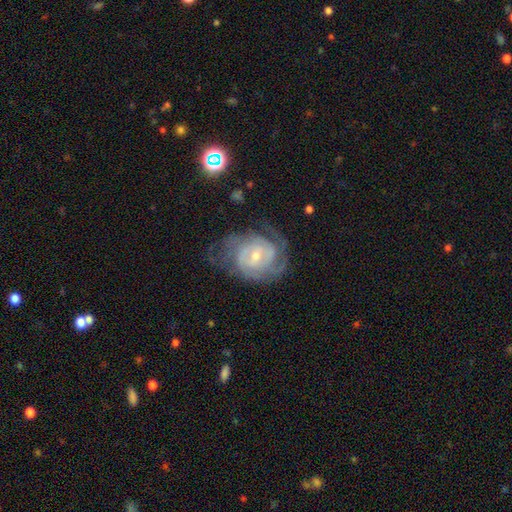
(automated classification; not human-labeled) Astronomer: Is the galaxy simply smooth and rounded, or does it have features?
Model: featured or disk — 84%.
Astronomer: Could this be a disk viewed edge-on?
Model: no — 97%.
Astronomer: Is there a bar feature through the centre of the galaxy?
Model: weak — 46% (runner-up: no, 43%).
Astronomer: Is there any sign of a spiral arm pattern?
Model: yes — 93%.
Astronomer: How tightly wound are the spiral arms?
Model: tight — 63%.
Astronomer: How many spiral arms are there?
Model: can't tell — 35% (runner-up: 2, 26%).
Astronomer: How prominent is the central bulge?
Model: small — 61%.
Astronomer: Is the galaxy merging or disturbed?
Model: none — 60%.